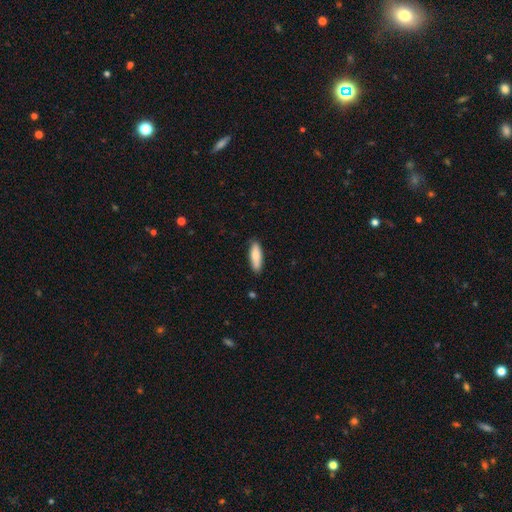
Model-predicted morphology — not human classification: Q: Smooth or featured?
A: smooth (84%); runner-up: featured or disk (10%)
Q: How rounded?
A: in between (52%); runner-up: cigar-shaped (47%)
Q: Merging?
A: none (84%); runner-up: minor disturbance (13%)